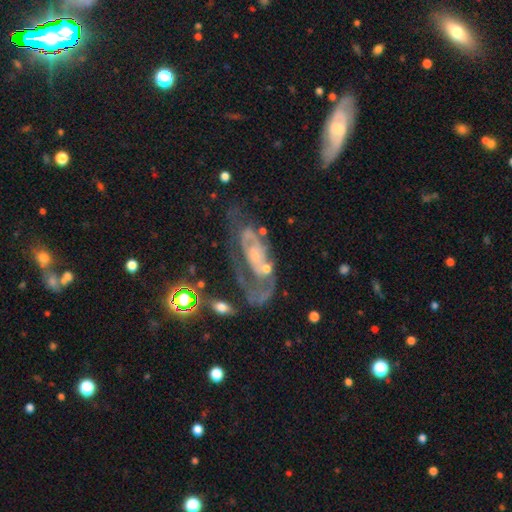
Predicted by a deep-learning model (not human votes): Q: Smooth or featured?
A: featured or disk (77%); runner-up: smooth (14%)
Q: Edge-on disk?
A: no (93%); runner-up: yes (7%)
Q: Bar?
A: no (74%); runner-up: weak (20%)
Q: Spiral arms?
A: yes (72%); runner-up: no (28%)
Q: Spiral winding?
A: tight (40%); runner-up: medium (36%)
Q: Spiral arm count?
A: 1 (41%); runner-up: can't tell (26%)
Q: Bulge size?
A: small (54%); runner-up: moderate (23%)
Q: Merging?
A: major disturbance (36%); runner-up: none (35%)